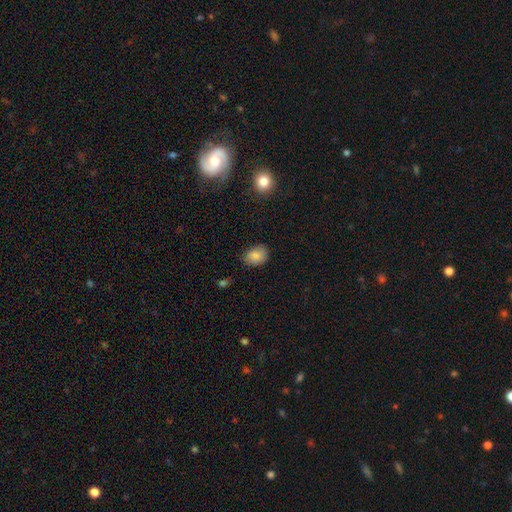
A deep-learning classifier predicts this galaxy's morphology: Q: Smooth or featured?
A: smooth (85%); runner-up: star or artifact (9%)
Q: How rounded?
A: in between (65%); runner-up: round (34%)
Q: Merging?
A: none (78%); runner-up: minor disturbance (18%)